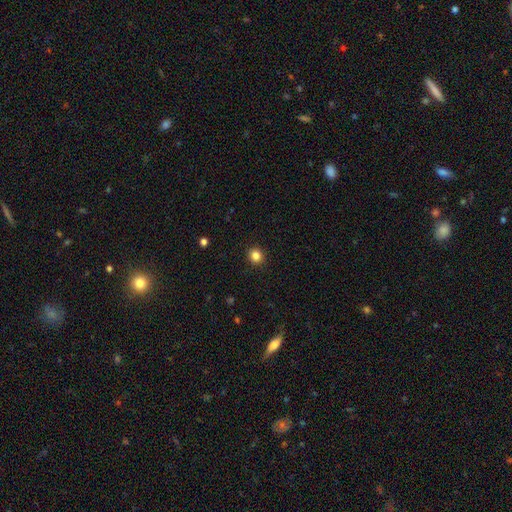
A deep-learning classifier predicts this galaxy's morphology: Overall: smooth (84%). How rounded: round (87%). Merging: none (92%).